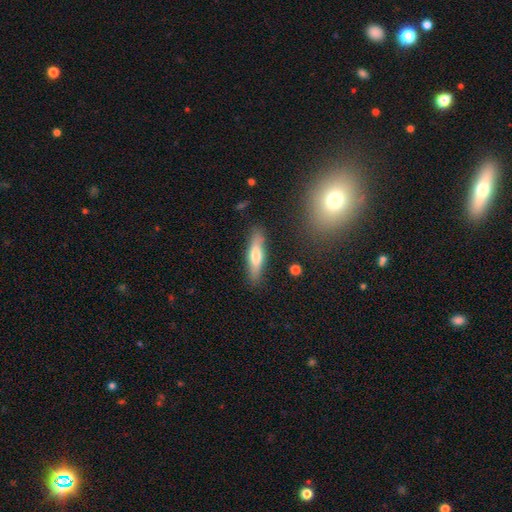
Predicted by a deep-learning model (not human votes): A smooth galaxy with no disk features (64%) that is cigar-shaped (72%).

Vote fractions:
- Smooth or featured? smooth: 64% / featured or disk: 30% / star or artifact: 6%
- How rounded? cigar-shaped: 72% / in between: 26% / round: 2%
- Merging? none: 83% / minor disturbance: 12% / major disturbance: 3% / merger: 2%